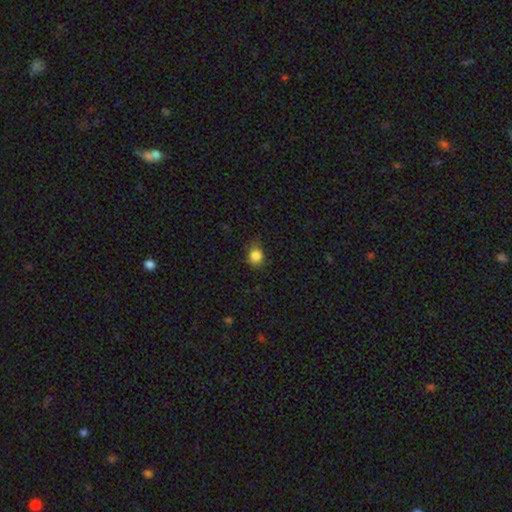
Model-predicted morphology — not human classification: smooth-or-featured: smooth: 84% | star or artifact: 11% | featured or disk: 5%
  how-rounded: round: 74% | in between: 25% | cigar-shaped: 1%
  merging: none: 68% | minor disturbance: 25% | major disturbance: 6% | merger: 1%